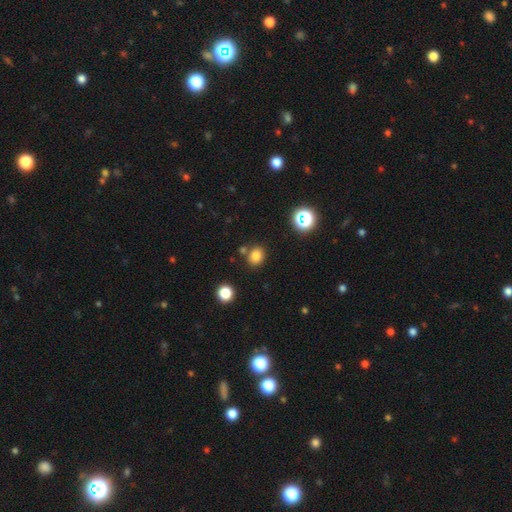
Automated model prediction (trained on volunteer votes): Morphology: type=smooth (80%); roundness=round (57%); merging=none (76%).